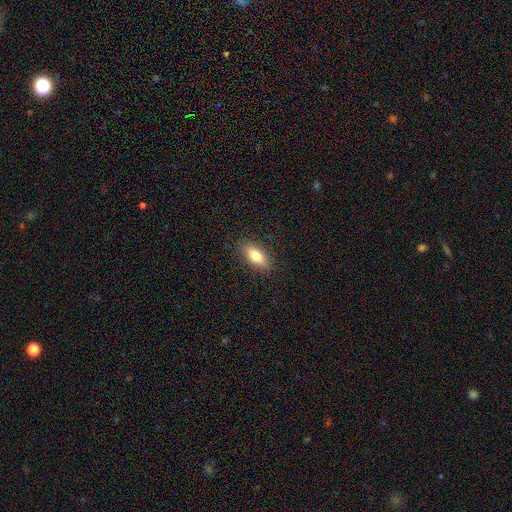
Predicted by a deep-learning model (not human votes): Smooth or featured?
  - smooth: 79% *
  - featured or disk: 14%
  - star or artifact: 7%
How rounded?
  - in between: 80% *
  - cigar-shaped: 16%
  - round: 4%
Merging?
  - none: 87% *
  - minor disturbance: 9%
  - major disturbance: 2%
  - merger: 1%